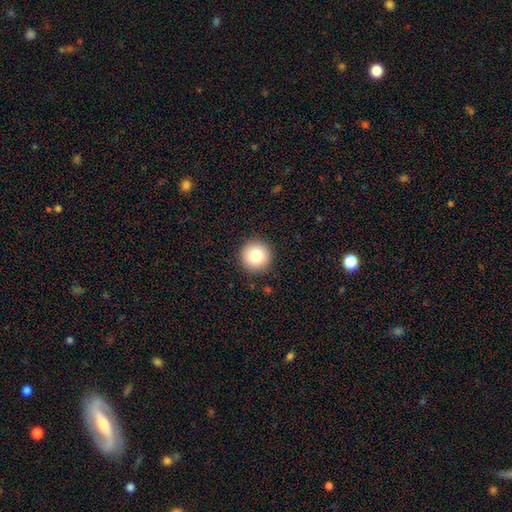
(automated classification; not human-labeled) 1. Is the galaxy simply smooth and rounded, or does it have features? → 79% smooth, 10% featured or disk, 10% star or artifact.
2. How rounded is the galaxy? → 96% round, 3% in between, 1% cigar-shaped.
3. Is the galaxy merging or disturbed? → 92% none, 6% minor disturbance, 2% major disturbance, 1% merger.